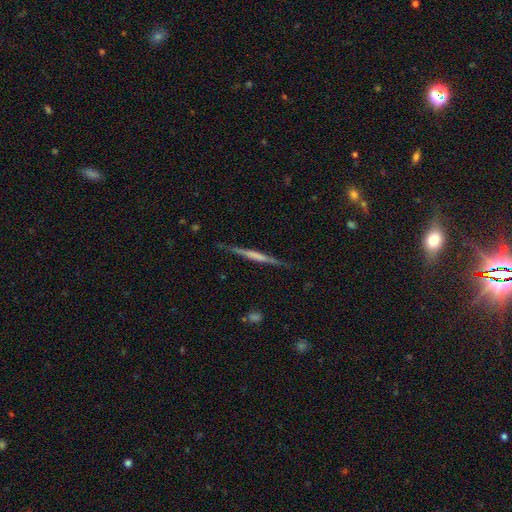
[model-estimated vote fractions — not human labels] Smooth or featured: featured or disk — 66% (smooth — 28%)
Edge-on disk: yes — 97% (no — 3%)
Edge-on bulge: none — 50% (boxy — 29%)
Merging: none — 87% (minor disturbance — 10%)